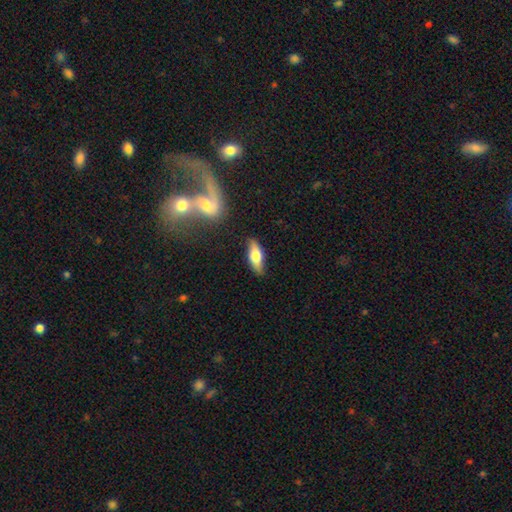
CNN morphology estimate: smooth-or-featured: smooth: 61% | featured or disk: 33% | star or artifact: 6%
  how-rounded: in between: 63% | cigar-shaped: 34% | round: 3%
  merging: none: 84% | minor disturbance: 11% | major disturbance: 2% | merger: 2%